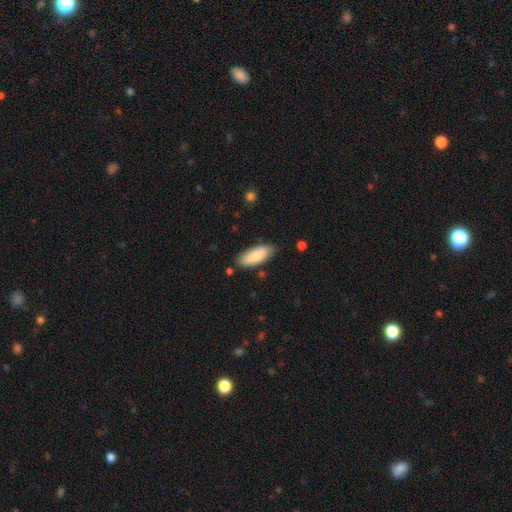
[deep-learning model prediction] Morphology: type=smooth (84%); roundness=in between (75%); merging=none (83%).